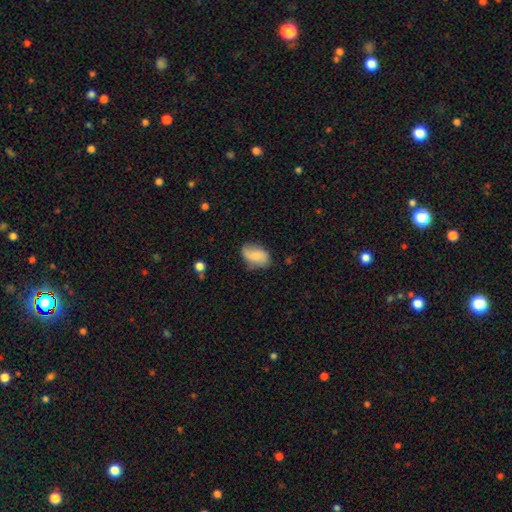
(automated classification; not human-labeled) Morphology: type=smooth (71%); roundness=in between (90%); merging=none (56%).